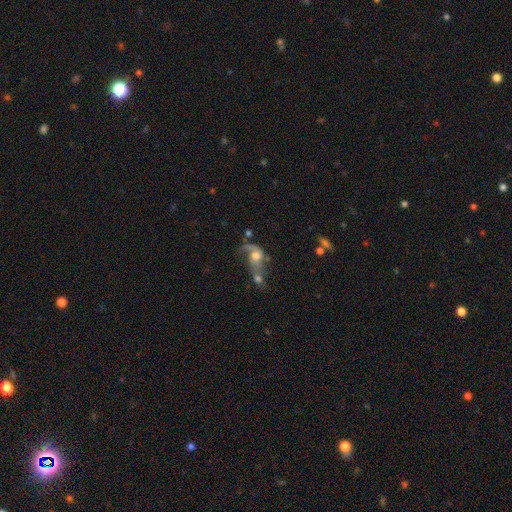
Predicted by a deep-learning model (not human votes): The model was most divided on "smooth or featured": featured or disk: 53%, smooth: 35%, star or artifact: 11%. Remaining: edge-on disk — no (96%); bar — no (74%); spiral arms — yes (70%); merging — merger (54%); bulge size — moderate (49%).